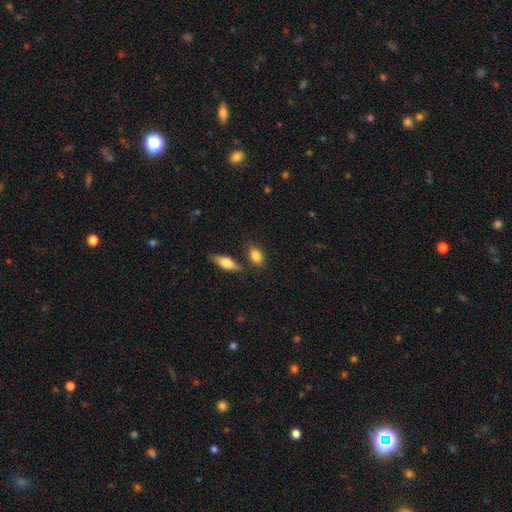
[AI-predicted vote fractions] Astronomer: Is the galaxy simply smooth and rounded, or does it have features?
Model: smooth — 85%.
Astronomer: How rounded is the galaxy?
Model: in between — 79%.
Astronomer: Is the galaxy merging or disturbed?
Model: none — 73%.